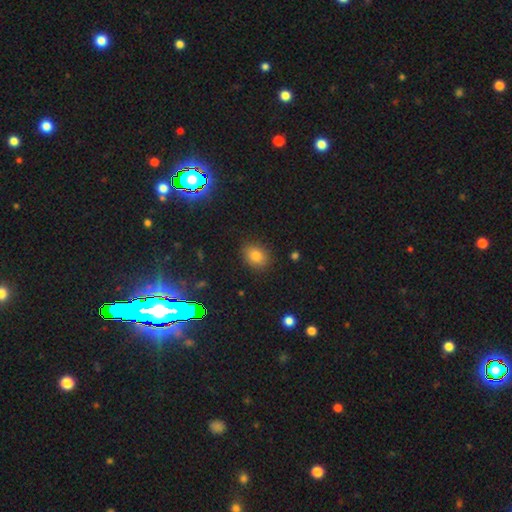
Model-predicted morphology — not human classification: This is likely a smooth galaxy (79%). How rounded: possibly in between (55%). Merging: clearly none (86%).